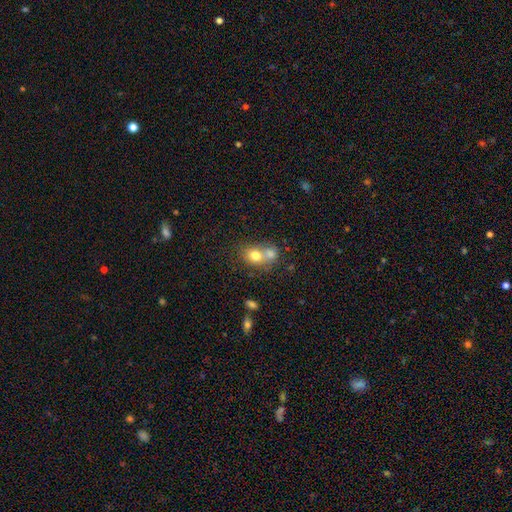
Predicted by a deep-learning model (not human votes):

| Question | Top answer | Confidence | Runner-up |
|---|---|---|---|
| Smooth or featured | smooth | 74% | featured or disk (16%) |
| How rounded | round | 57% | in between (42%) |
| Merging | merger | 59% | none (29%) |